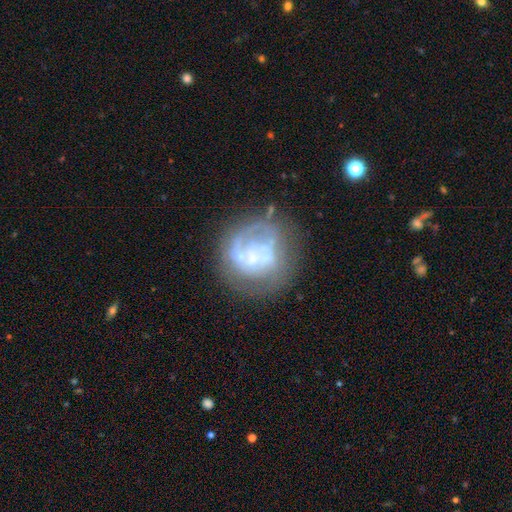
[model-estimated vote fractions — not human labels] Smooth or featured? Predicted: featured or disk (p=0.64). Edge-on disk? Predicted: no (p=0.98). Bar? Predicted: no (p=0.83). Spiral arms? Predicted: no (p=0.66). Bulge size? Predicted: none (p=0.39). Merging? Predicted: none (p=0.52).